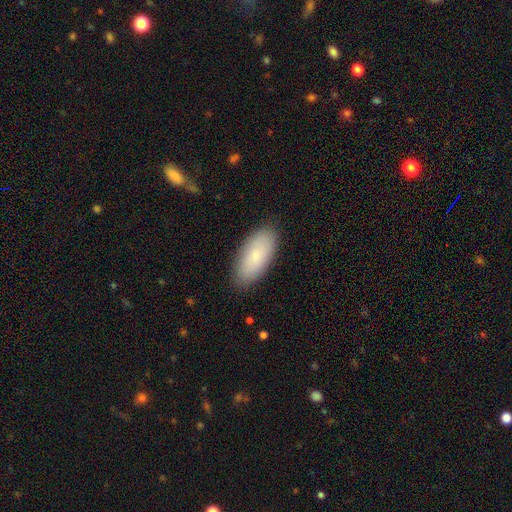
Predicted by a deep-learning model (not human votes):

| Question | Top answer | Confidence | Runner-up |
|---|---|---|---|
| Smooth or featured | smooth | 81% | featured or disk (13%) |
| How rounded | in between | 90% | cigar-shaped (8%) |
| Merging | none | 87% | minor disturbance (10%) |